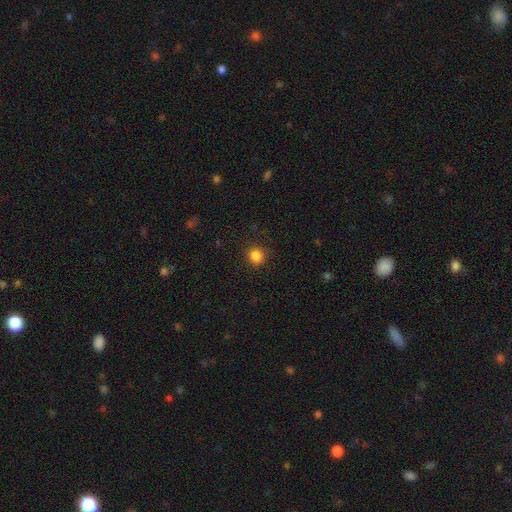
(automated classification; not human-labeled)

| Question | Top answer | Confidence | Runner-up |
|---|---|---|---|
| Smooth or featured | smooth | 85% | star or artifact (12%) |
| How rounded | round | 86% | in between (13%) |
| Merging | none | 88% | minor disturbance (8%) |